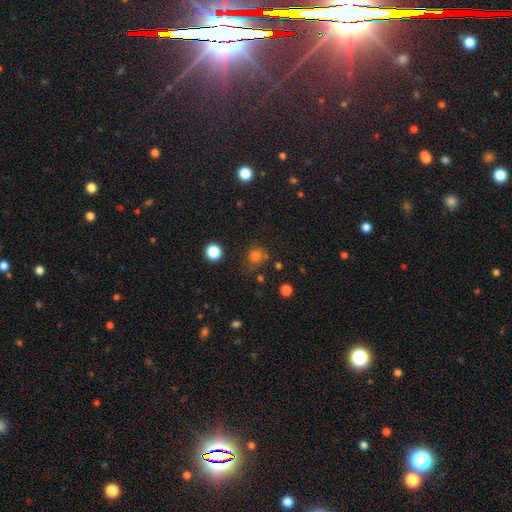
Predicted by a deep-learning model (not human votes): A smooth galaxy with no disk features (72%) that is round (85%). Merging: none (70%).